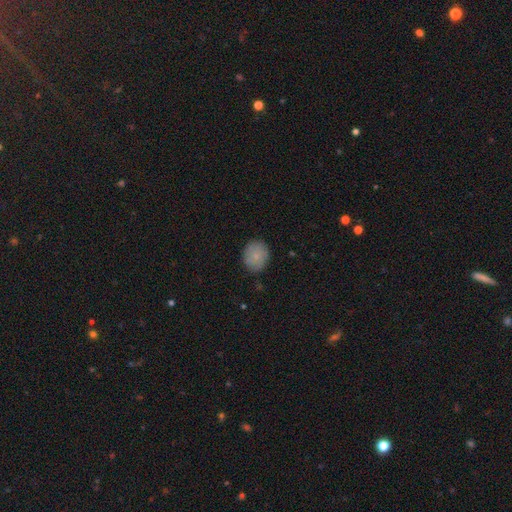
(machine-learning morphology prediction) A smooth galaxy with no disk features (76%) that is round (68%).

Vote fractions:
- Smooth or featured? smooth: 76% / featured or disk: 16% / star or artifact: 8%
- How rounded? round: 68% / in between: 31% / cigar-shaped: 1%
- Merging? none: 81% / minor disturbance: 15% / major disturbance: 3% / merger: 1%